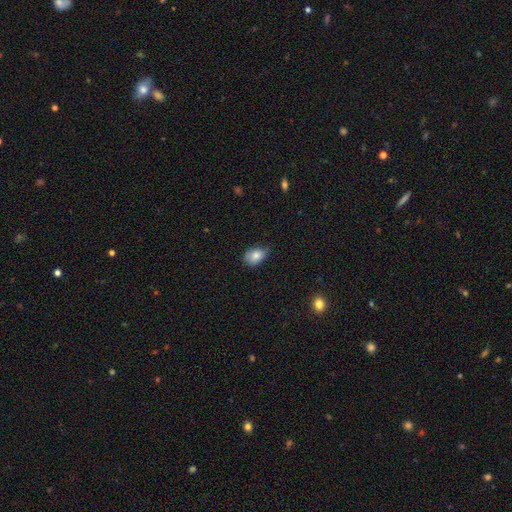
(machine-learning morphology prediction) smooth-or-featured: smooth: 82% | featured or disk: 10% | star or artifact: 8%
  how-rounded: in between: 81% | round: 17% | cigar-shaped: 1%
  merging: none: 62% | minor disturbance: 32% | major disturbance: 5% | merger: 1%